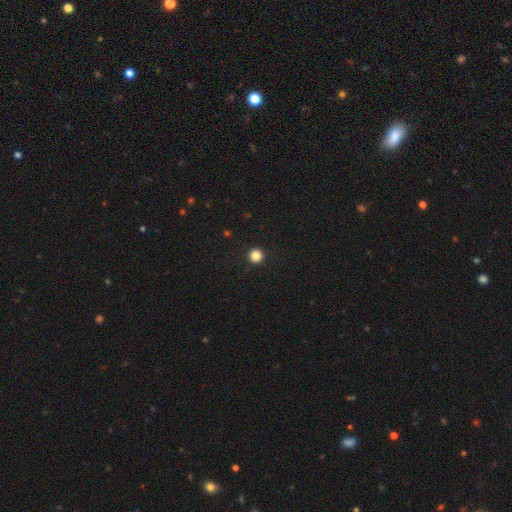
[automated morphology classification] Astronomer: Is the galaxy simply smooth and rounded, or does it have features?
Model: smooth — 85%.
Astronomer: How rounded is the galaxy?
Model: round — 96%.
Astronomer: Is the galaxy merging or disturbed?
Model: none — 93%.